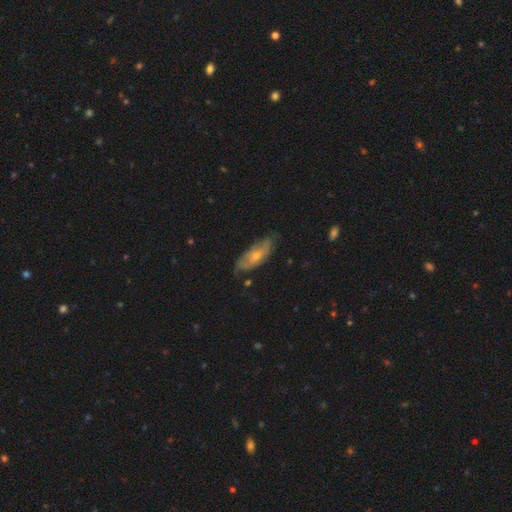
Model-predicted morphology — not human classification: smooth_or_featured: featured or disk (p=0.53) [alt: smooth p=0.40]
disk_edge_on: no (p=0.75) [alt: yes p=0.25]
merging: none (p=0.69) [alt: minor disturbance p=0.24]